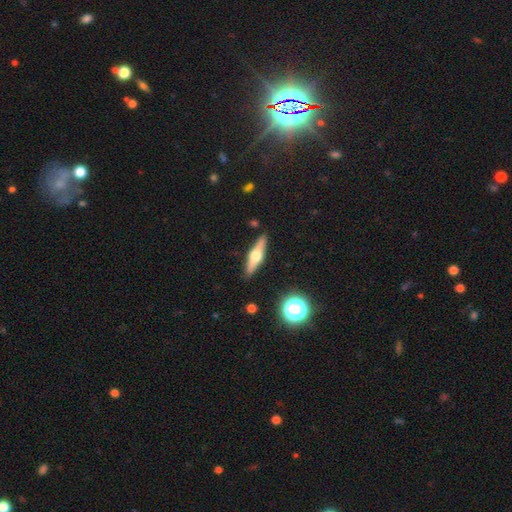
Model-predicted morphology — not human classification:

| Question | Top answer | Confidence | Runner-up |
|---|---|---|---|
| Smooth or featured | featured or disk | 65% | smooth (28%) |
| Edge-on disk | yes | 95% | no (5%) |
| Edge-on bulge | rounded | 93% | boxy (5%) |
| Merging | none | 89% | minor disturbance (8%) |